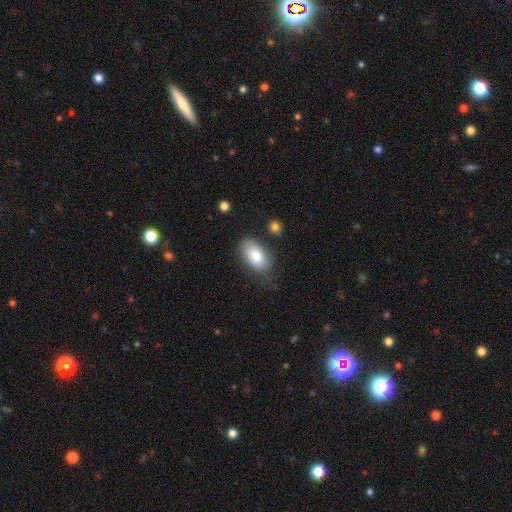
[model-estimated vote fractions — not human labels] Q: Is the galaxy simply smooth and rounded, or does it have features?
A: smooth — 83%.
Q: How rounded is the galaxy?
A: in between — 93%.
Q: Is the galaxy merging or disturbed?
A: none — 67%.